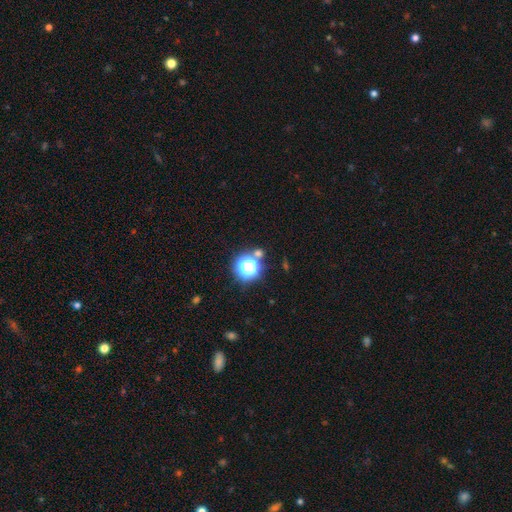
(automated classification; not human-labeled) A star or artifact, not a galaxy (65%).